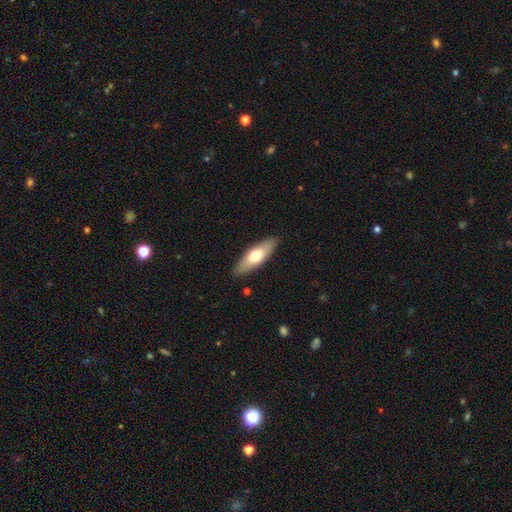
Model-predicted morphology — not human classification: smooth_or_featured: smooth (p=0.61) [alt: featured or disk p=0.33]
how_rounded: in between (p=0.58) [alt: cigar-shaped p=0.40]
merging: none (p=0.88) [alt: minor disturbance p=0.09]